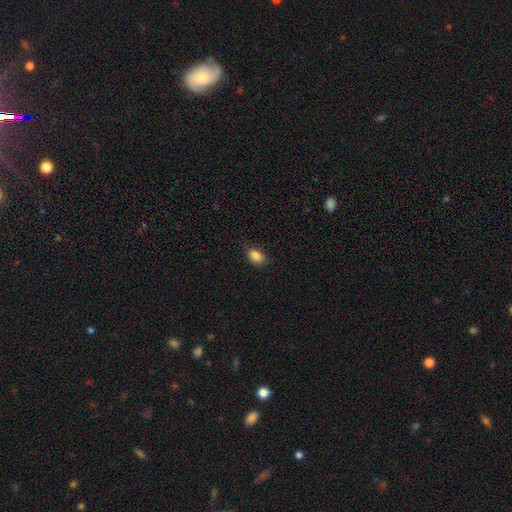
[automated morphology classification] smooth 87%, star or artifact 9%, featured or disk 4%. Down the decision tree: how rounded — in between (82%); merging — none (80%).